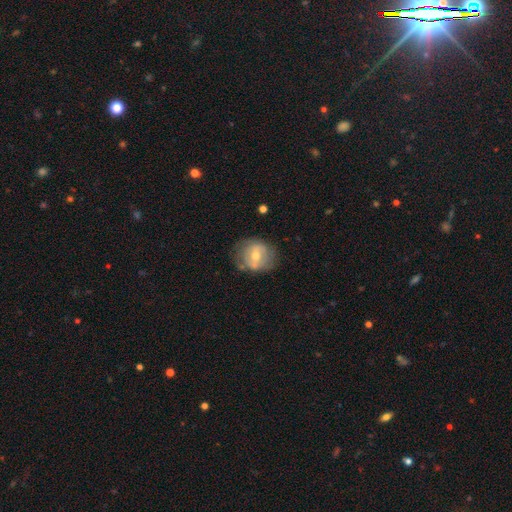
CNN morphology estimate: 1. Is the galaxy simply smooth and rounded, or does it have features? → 50% featured or disk, 43% smooth, 7% star or artifact.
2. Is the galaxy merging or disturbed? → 65% none, 22% minor disturbance, 9% major disturbance, 4% merger.